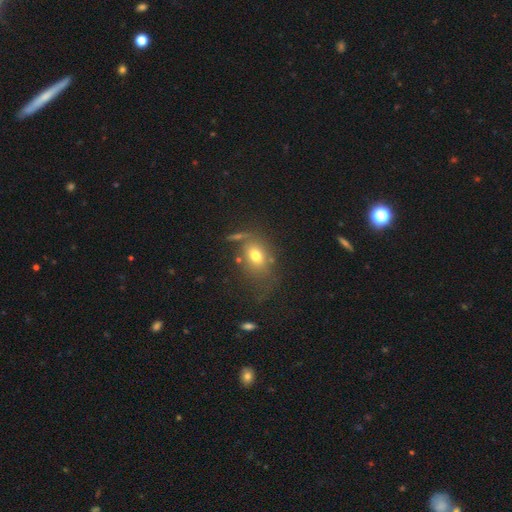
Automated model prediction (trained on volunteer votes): Overall: smooth (71%). How rounded: in between (70%). Merging: none (55%; minor disturbance 19%).